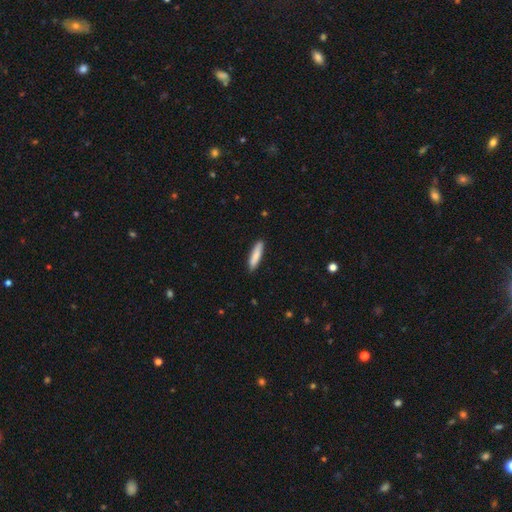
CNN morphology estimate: A smooth galaxy with no disk features (85%) that is cigar-shaped (79%). Merging: none (88%).